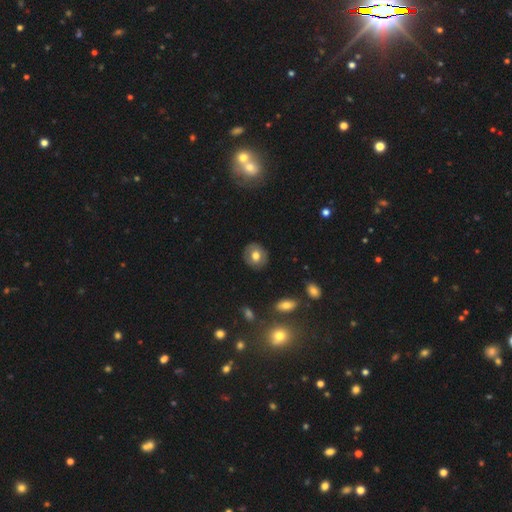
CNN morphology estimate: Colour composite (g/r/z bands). It shows a smooth galaxy with no disk features (67%) that is round (77%). Merging: none (87%).